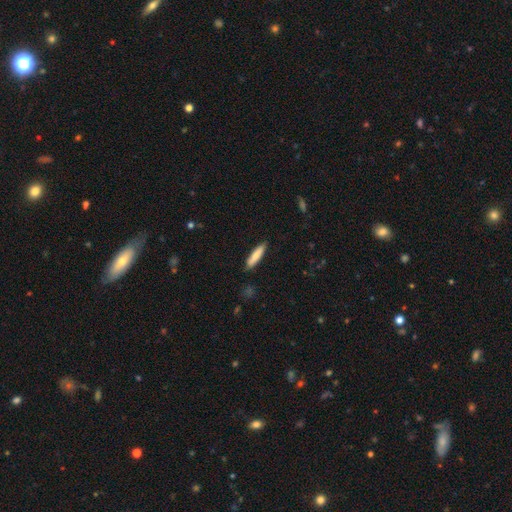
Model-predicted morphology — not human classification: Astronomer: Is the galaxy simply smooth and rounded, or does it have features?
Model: smooth — 80%.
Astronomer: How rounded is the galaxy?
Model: cigar-shaped — 82%.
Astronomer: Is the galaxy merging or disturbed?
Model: none — 88%.